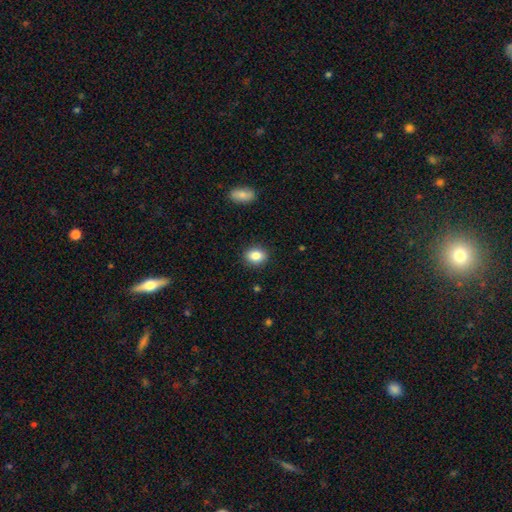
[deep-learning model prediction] This is clearly a smooth galaxy (85%). How rounded: possibly in between (58%). Merging: clearly none (89%).